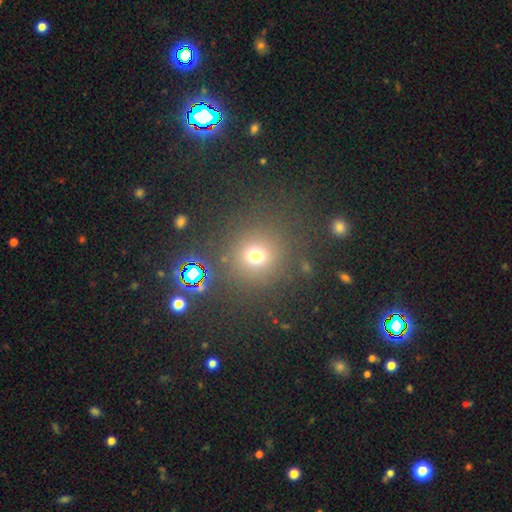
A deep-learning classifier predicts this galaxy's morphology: This is likely a smooth galaxy (69%). How rounded: clearly round (89%). Merging: clearly none (82%).